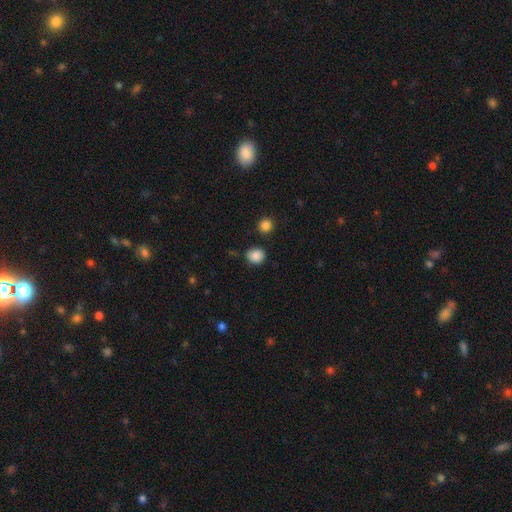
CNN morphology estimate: smooth_or_featured: smooth (p=0.86) [alt: star or artifact p=0.10]
how_rounded: round (p=0.69) [alt: in between p=0.30]
merging: none (p=0.76) [alt: minor disturbance p=0.16]